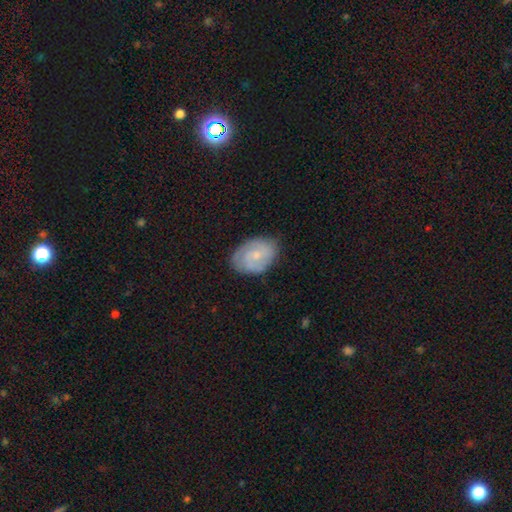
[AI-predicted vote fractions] Smooth or featured?
  - featured or disk: 60% *
  - smooth: 33%
  - star or artifact: 6%
Edge-on disk?
  - no: 97% *
  - yes: 3%
Bar?
  - no: 60% *
  - weak: 35%
  - strong: 5%
Spiral arms?
  - yes: 88% *
  - no: 12%
Spiral winding?
  - tight: 48% *
  - medium: 40%
  - loose: 13%
Spiral arm count?
  - 2: 54% *
  - can't tell: 26%
  - 3: 12%
  - 1: 4%
  - 4: 3%
  - more than 4: 2%
Bulge size?
  - small: 64% *
  - moderate: 28%
  - none: 6%
  - large: 1%
  - dominant: 1%
Merging?
  - none: 76% *
  - minor disturbance: 18%
  - major disturbance: 4%
  - merger: 1%